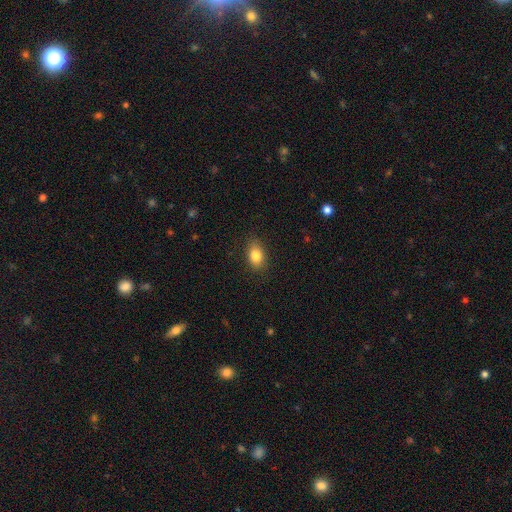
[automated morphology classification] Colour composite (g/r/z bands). It shows a smooth galaxy with no disk features (84%) that is in between round and cigar-shaped (80%). Merging: none (85%).